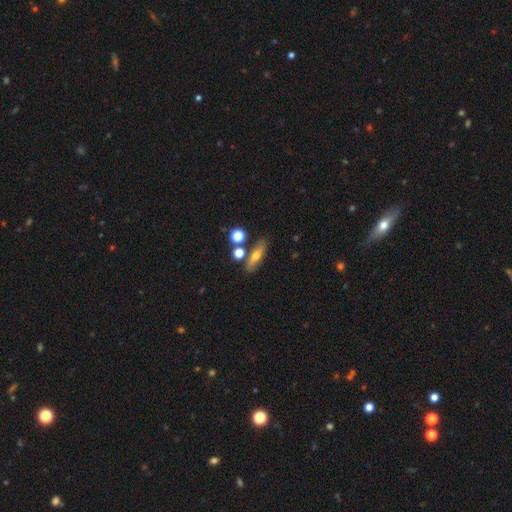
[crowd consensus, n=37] Smooth or featured? smooth (59%)
How rounded? cigar-shaped (55%)
Merging? none (74%)